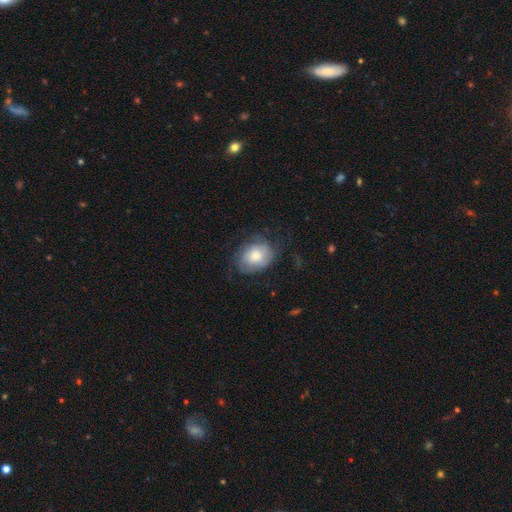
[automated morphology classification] Smooth or featured?
  - smooth: 64% *
  - featured or disk: 29%
  - star or artifact: 7%
How rounded?
  - in between: 60% *
  - round: 39%
  - cigar-shaped: 1%
Merging?
  - none: 60% *
  - minor disturbance: 25%
  - major disturbance: 13%
  - merger: 1%